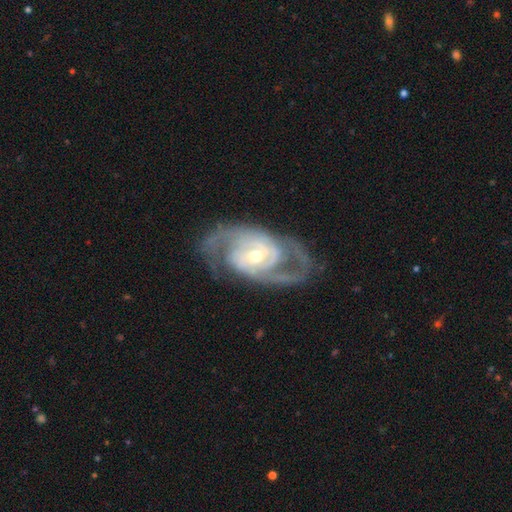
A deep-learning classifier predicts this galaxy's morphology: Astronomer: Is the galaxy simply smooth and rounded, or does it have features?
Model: featured or disk — 90%.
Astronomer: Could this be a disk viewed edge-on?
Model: no — 96%.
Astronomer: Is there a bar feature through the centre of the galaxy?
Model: no — 48% (runner-up: weak, 37%).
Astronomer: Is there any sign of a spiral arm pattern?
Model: yes — 96%.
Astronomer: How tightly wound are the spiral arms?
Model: tight — 46% (runner-up: medium, 44%).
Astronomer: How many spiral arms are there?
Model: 2 — 69%.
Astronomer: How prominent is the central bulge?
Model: moderate — 51% (runner-up: small, 44%).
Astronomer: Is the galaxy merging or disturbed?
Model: none — 73%.